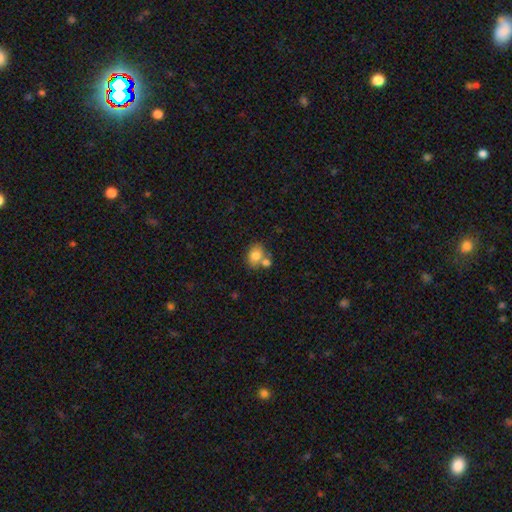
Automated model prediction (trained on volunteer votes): A smooth galaxy with no disk features (78%) that is round (50%).

Vote fractions:
- Smooth or featured? smooth: 78% / featured or disk: 12% / star or artifact: 9%
- How rounded? round: 50% / in between: 49% / cigar-shaped: 1%
- Merging? none: 50% / merger: 33% / minor disturbance: 13% / major disturbance: 4%